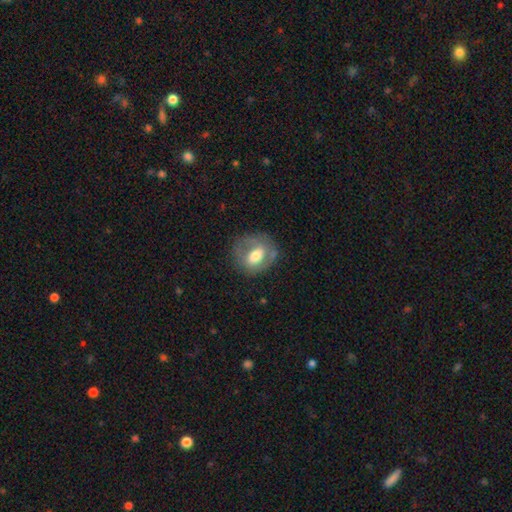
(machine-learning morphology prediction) A smooth galaxy with no disk features (51%) that is round (49%, tied with in between).

Vote fractions:
- Smooth or featured? smooth: 51% / featured or disk: 42% / star or artifact: 7%
- How rounded? round: 49% (tied) / in between: 49% (tied) / cigar-shaped: 2%
- Merging? none: 64% / minor disturbance: 22% / major disturbance: 12% / merger: 2%